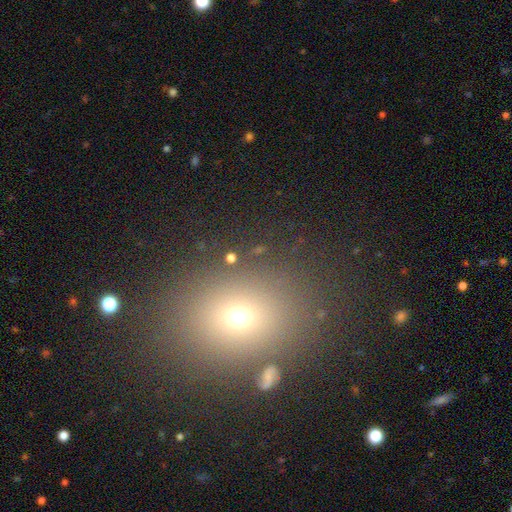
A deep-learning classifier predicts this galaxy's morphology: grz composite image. It shows a smooth galaxy with no disk features (62%) that is in between round and cigar-shaped (51%). Merging: none (83%).